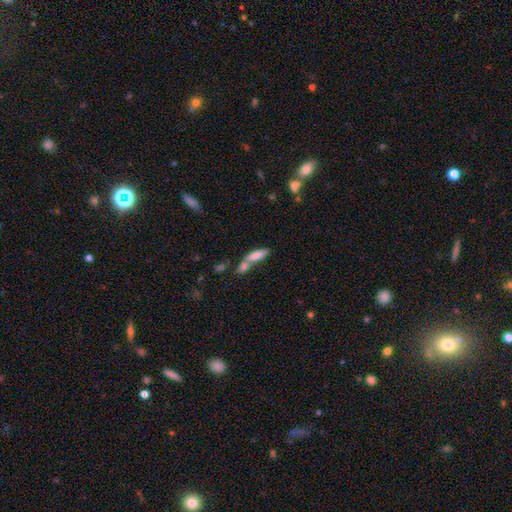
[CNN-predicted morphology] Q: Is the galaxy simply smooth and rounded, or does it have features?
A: smooth — 75%.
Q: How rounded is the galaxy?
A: cigar-shaped — 50%.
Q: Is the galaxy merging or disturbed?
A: merger — 61%.